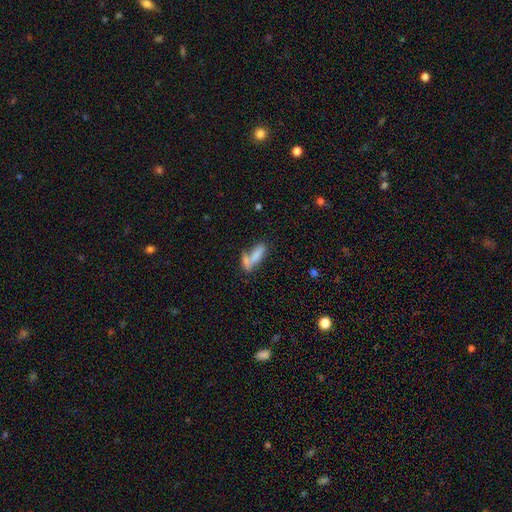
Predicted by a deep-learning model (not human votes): Smooth or featured: smooth — 78% (featured or disk — 14%)
How rounded: in between — 54% (cigar-shaped — 43%)
Merging: merger — 48% (none — 35%)